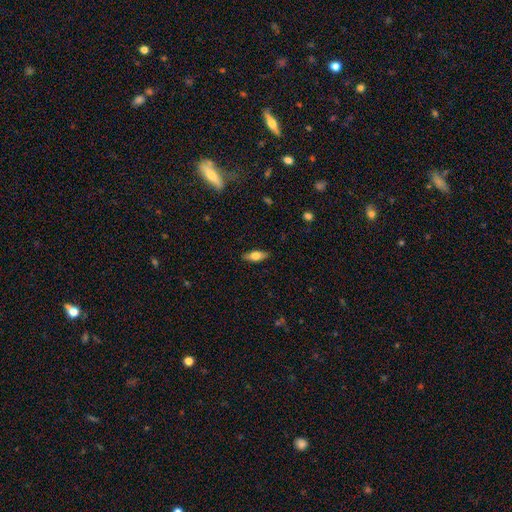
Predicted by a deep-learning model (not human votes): Overall: smooth (68%). How rounded: in between (77%). Merging: none (86%).